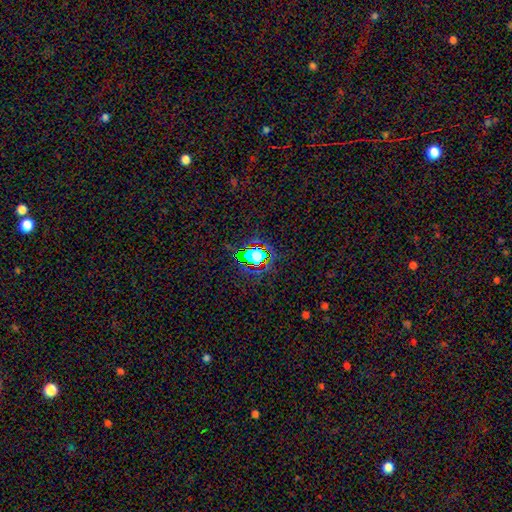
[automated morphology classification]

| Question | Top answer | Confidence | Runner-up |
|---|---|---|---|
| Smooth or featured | star or artifact | 64% | smooth (23%) |